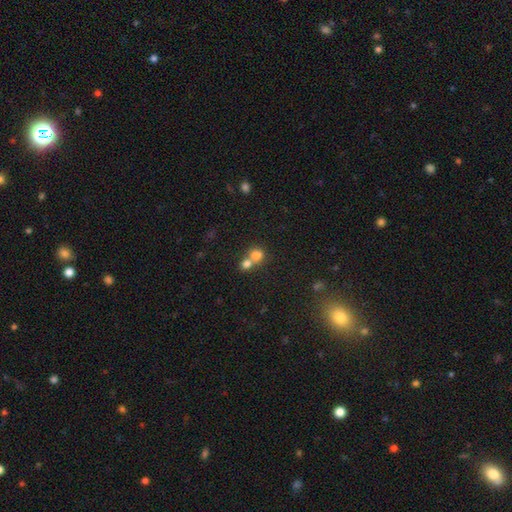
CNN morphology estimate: Smooth or featured? Predicted: smooth (p=0.77). How rounded? Predicted: round (p=0.70). Merging? Predicted: merger (p=0.61).